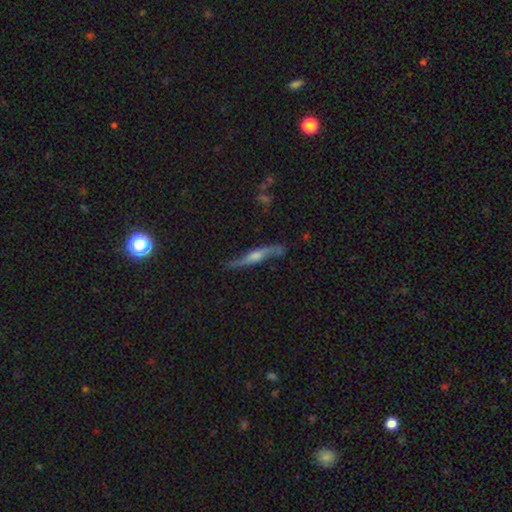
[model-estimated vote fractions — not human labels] Overall: featured or disk (73%). Edge-on disk: yes (76%). Edge-on bulge: rounded (73%). Merging: none (72%).